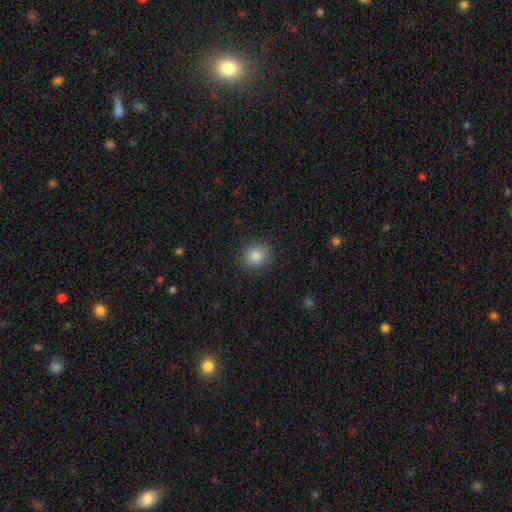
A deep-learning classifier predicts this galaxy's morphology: A smooth galaxy with no disk features (86%) that is round (81%). Merging: none (87%).